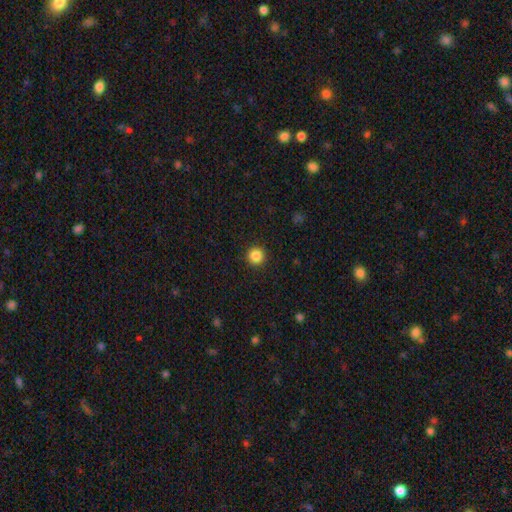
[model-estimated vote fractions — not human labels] Overall: smooth (86%). How rounded: round (95%). Merging: none (93%).